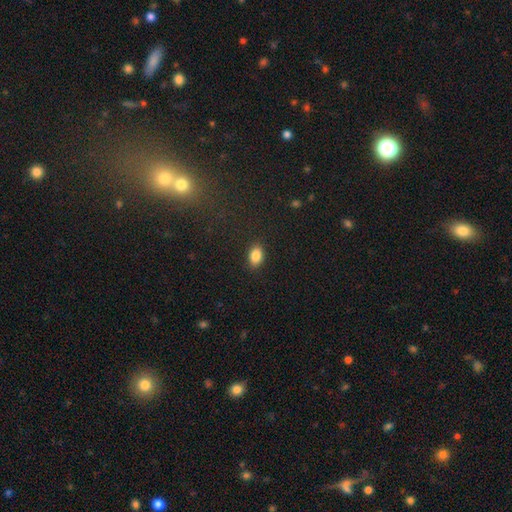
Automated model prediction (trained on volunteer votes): This appears to be a smooth galaxy with no disk features (86%) that is in between round and cigar-shaped (87%). Merging: none (88%).